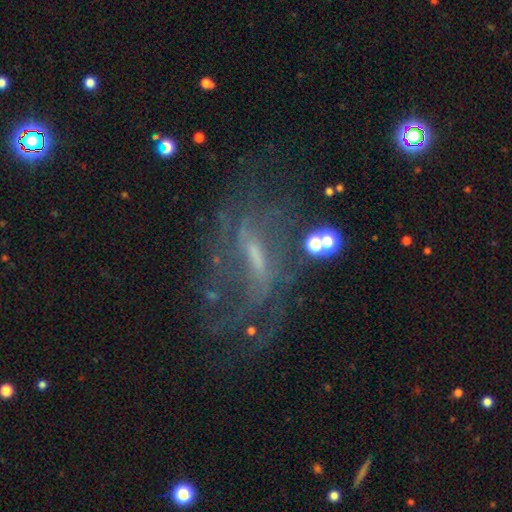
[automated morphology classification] A featured or disk galaxy (75%) with a weak bar (43%), loose (39%) spiral arms (77%) and a small central bulge (43%). Merging: none (51%).